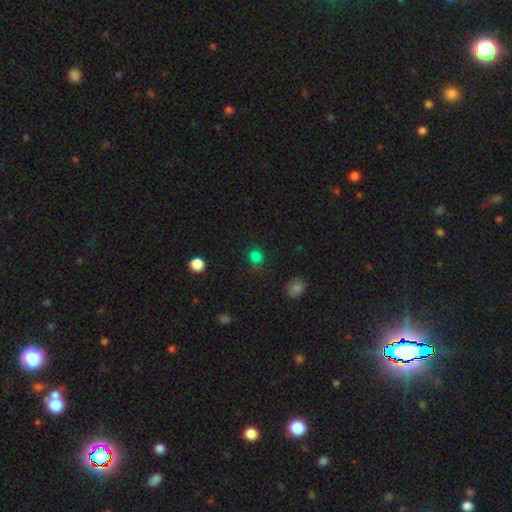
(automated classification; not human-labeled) Smooth or featured? Predicted: smooth (p=0.78). How rounded? Predicted: round (p=0.86). Merging? Predicted: none (p=0.76).